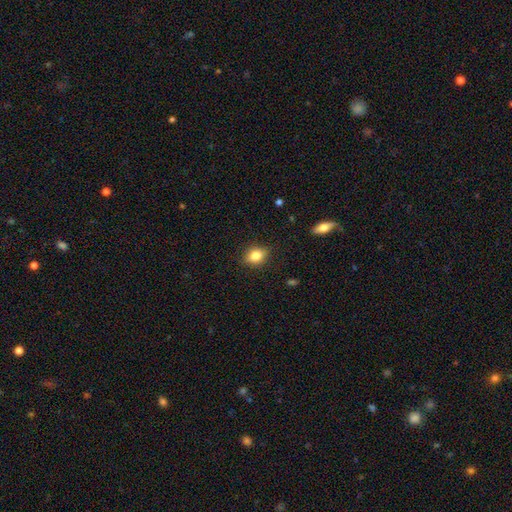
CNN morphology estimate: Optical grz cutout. It shows a smooth galaxy with no disk features (81%) that is in between round and cigar-shaped (51%). Merging: none (85%).